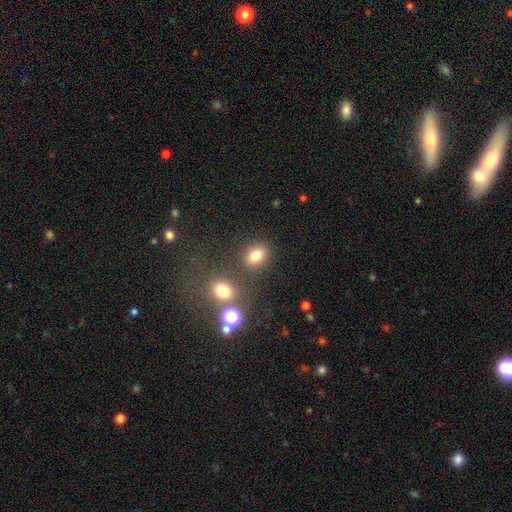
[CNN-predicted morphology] Smooth or featured? smooth (80%)
How rounded? round (51%)
Merging? none (78%)